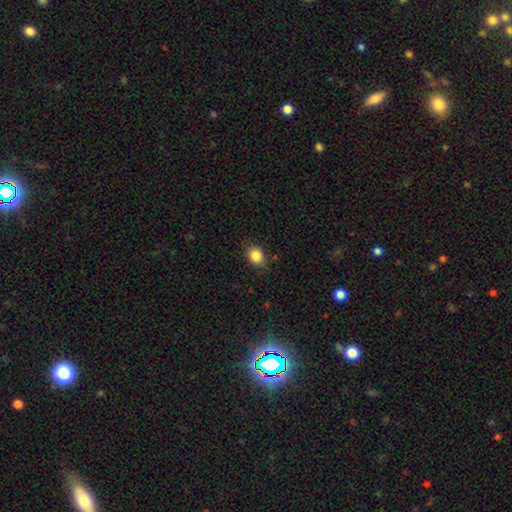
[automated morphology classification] A smooth galaxy with no disk features (85%) that is round (56%). Merging: none (83%).